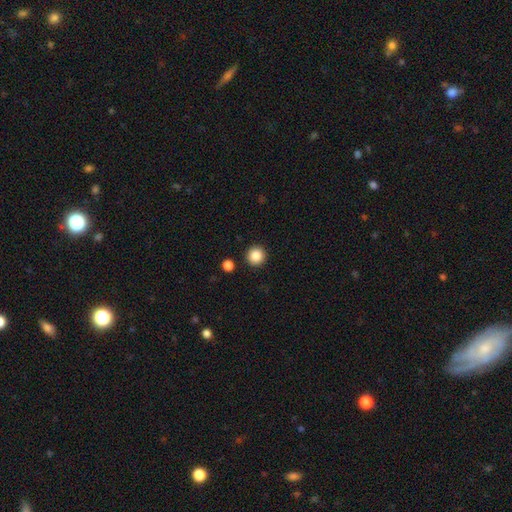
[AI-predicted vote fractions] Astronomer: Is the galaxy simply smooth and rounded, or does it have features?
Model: smooth — 87%.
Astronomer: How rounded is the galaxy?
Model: round — 96%.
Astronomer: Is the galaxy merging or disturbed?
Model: none — 92%.